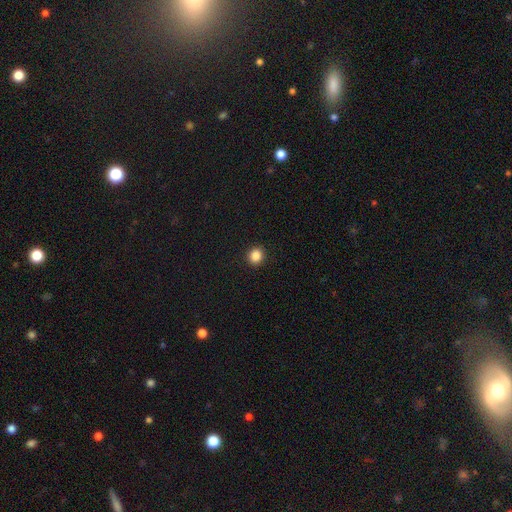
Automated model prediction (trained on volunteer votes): Morphology: type=smooth (85%); roundness=round (88%); merging=none (93%).